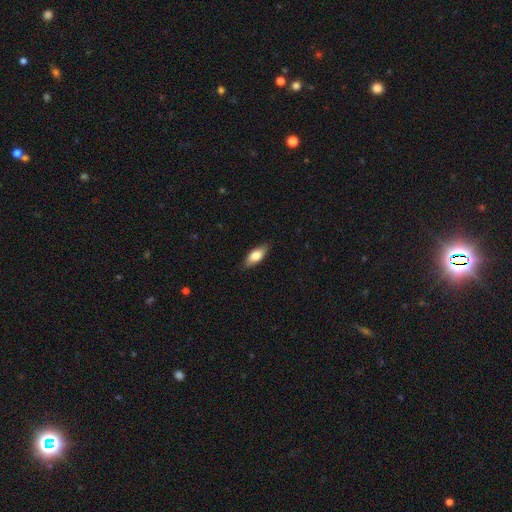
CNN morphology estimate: Q: Smooth or featured?
A: smooth (76%); runner-up: featured or disk (18%)
Q: How rounded?
A: in between (79%); runner-up: cigar-shaped (18%)
Q: Merging?
A: none (86%); runner-up: minor disturbance (11%)